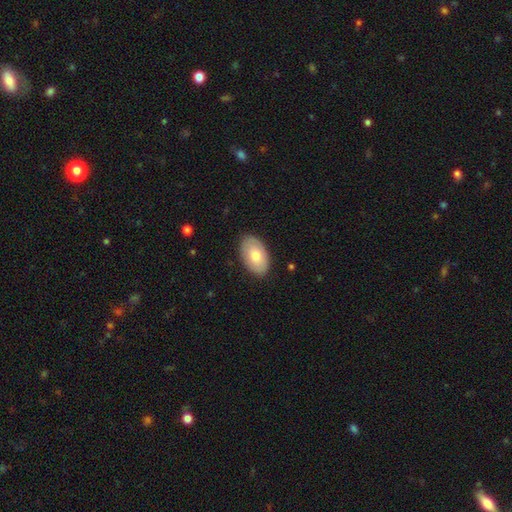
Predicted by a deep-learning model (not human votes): A smooth galaxy with no disk features (73%) that is in between round and cigar-shaped (94%). Merging: none (85%).